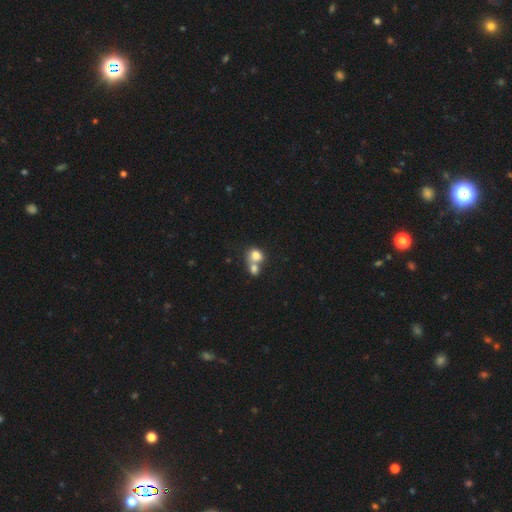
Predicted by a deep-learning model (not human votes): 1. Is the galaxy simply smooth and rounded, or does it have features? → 77% smooth, 13% featured or disk, 10% star or artifact.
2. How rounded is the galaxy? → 65% round, 34% in between, 1% cigar-shaped.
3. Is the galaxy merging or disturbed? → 62% merger, 28% none, 6% minor disturbance, 3% major disturbance.